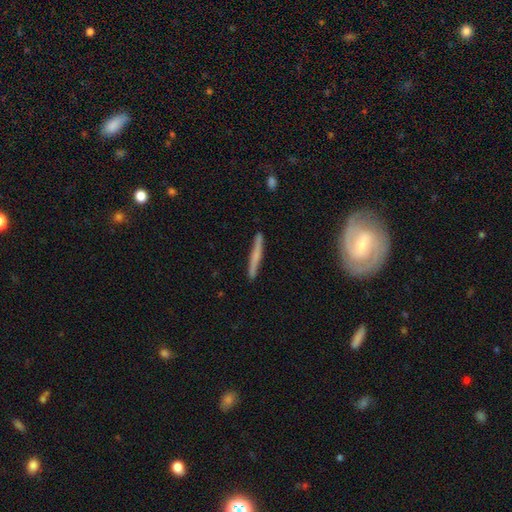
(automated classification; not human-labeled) smooth_or_featured: featured or disk (p=0.47) [alt: smooth p=0.46]
merging: none (p=0.87) [alt: minor disturbance p=0.09]